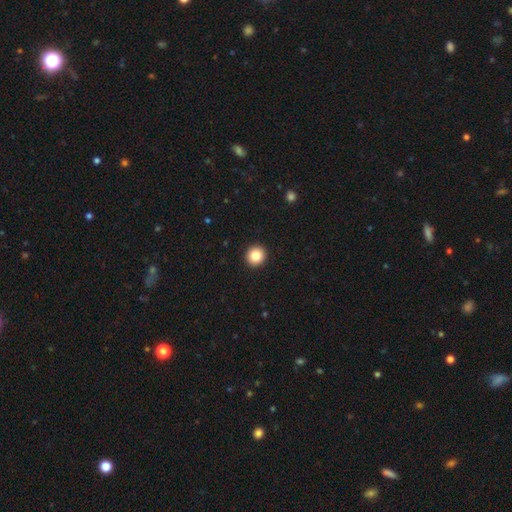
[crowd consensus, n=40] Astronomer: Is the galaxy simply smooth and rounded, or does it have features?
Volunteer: smooth — 85%.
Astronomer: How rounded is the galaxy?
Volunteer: round — 97%.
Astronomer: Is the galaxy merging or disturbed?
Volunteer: none — 95%.